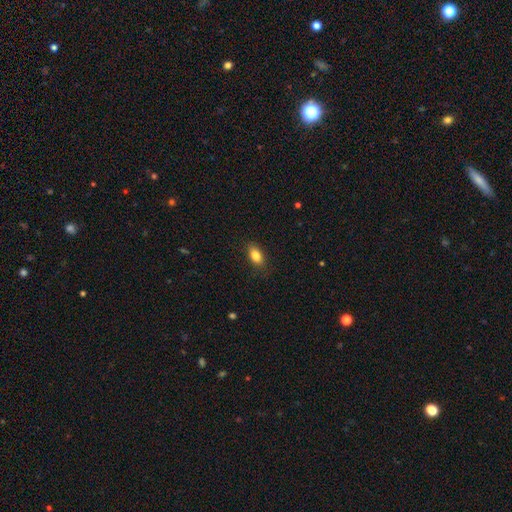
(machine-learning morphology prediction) This is clearly a smooth galaxy (84%). How rounded: clearly in between (87%). Merging: clearly none (84%).